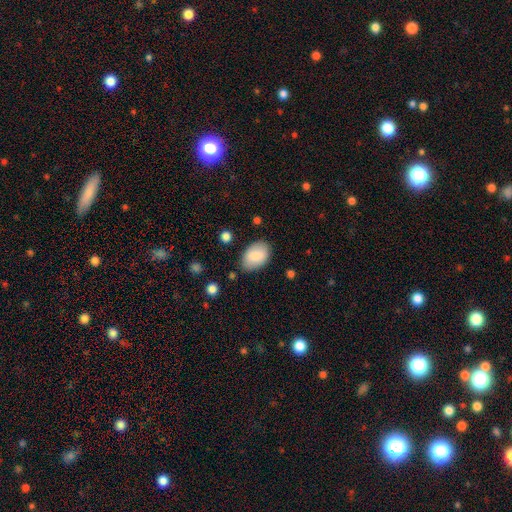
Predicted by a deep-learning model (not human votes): The model was most divided on "merging": none: 79%, minor disturbance: 16%, major disturbance: 3%, merger: 2%. More confident: how rounded — in between (90%); smooth or featured — smooth (84%).